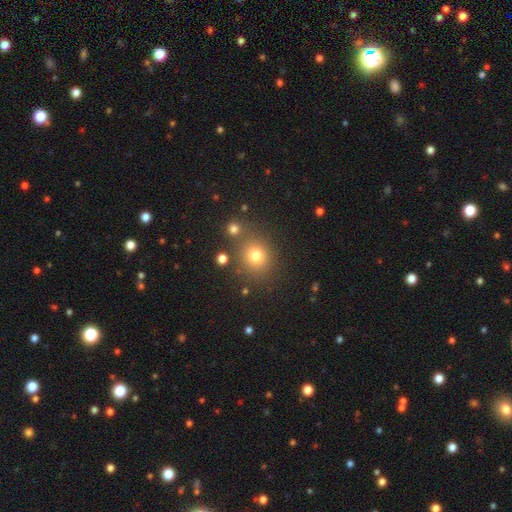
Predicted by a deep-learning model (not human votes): smooth_or_featured: smooth (p=0.75) [alt: star or artifact p=0.17]
how_rounded: round (p=0.79) [alt: in between p=0.20]
merging: none (p=0.77) [alt: minor disturbance p=0.10]